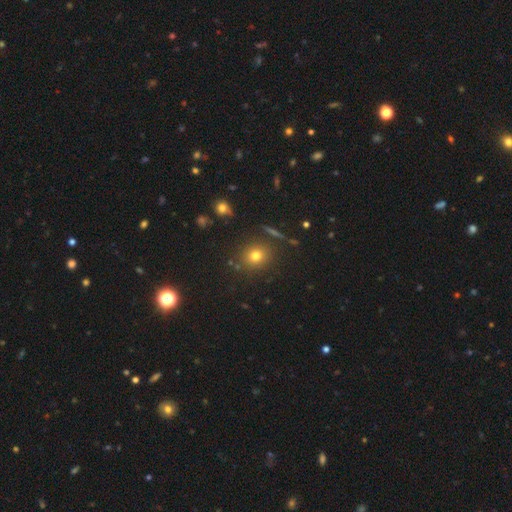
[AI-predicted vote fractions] Q: Smooth or featured?
A: smooth (74%); runner-up: star or artifact (17%)
Q: How rounded?
A: round (83%); runner-up: in between (16%)
Q: Merging?
A: none (84%); runner-up: minor disturbance (8%)